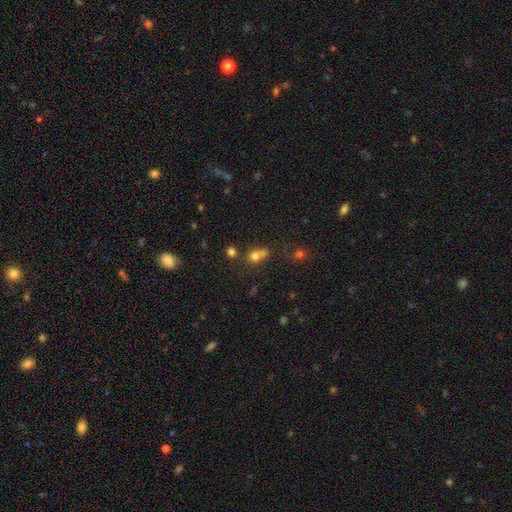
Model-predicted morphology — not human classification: This is likely a smooth galaxy (72%). How rounded: likely round (76%). Merging: possibly merger (50%).